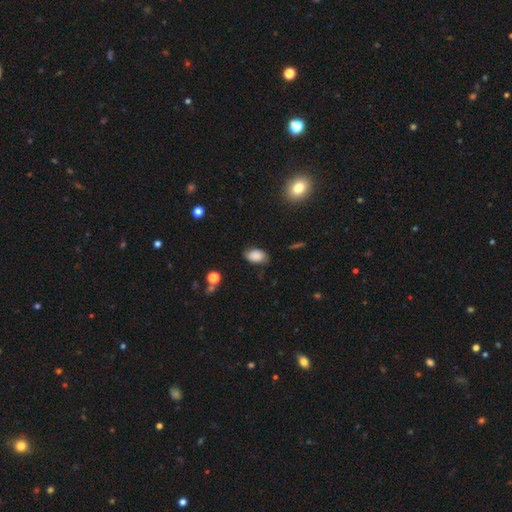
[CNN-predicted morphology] Smooth or featured? smooth (83%)
How rounded? in between (90%)
Merging? none (78%)